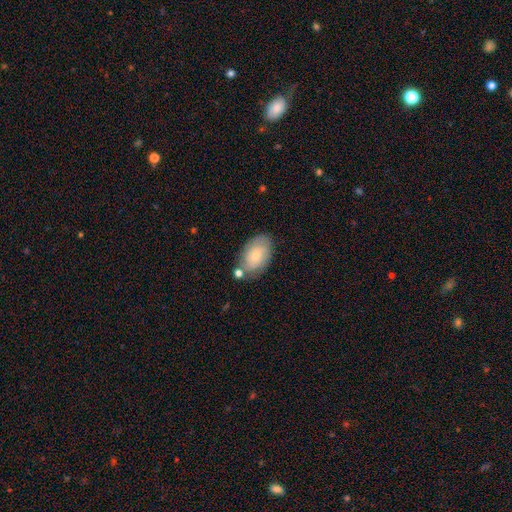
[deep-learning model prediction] smooth 62%, featured or disk 31%, star or artifact 7%. Down the decision tree: how rounded — in between (89%); merging — none (65%).